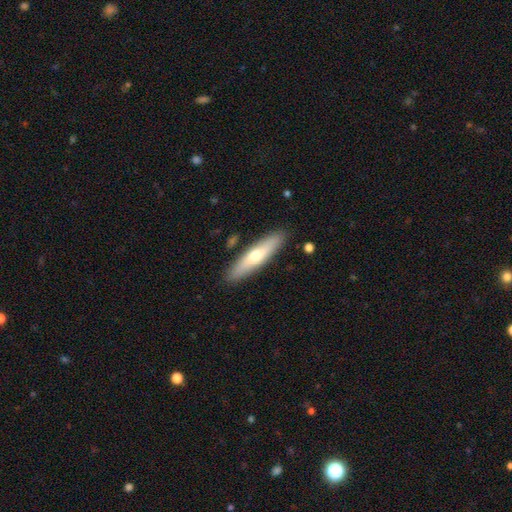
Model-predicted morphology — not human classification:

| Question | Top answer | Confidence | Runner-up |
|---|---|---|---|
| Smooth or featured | smooth | 57% | featured or disk (38%) |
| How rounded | cigar-shaped | 74% | in between (24%) |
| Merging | none | 88% | minor disturbance (8%) |